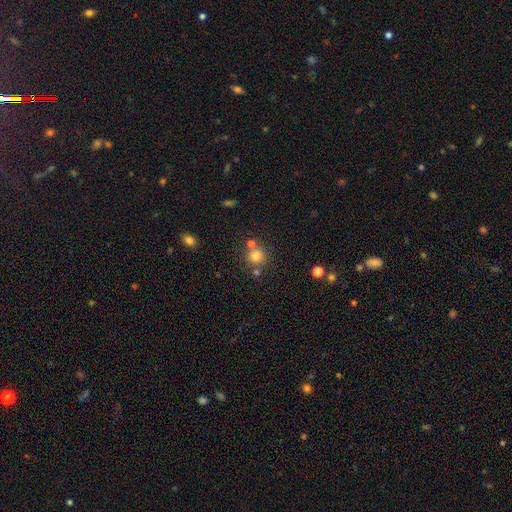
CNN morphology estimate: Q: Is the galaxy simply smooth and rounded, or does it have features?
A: smooth — 77%.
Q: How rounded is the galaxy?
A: round — 91%.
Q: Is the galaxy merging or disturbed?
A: none — 68%.